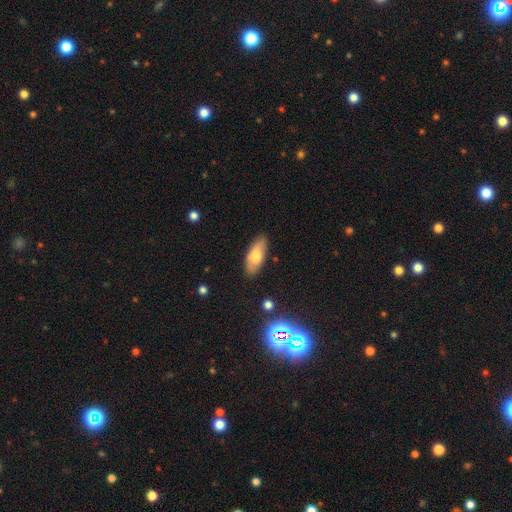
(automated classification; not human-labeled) Smooth or featured? Predicted: smooth (p=0.73). How rounded? Predicted: in between (p=0.81). Merging? Predicted: none (p=0.84).